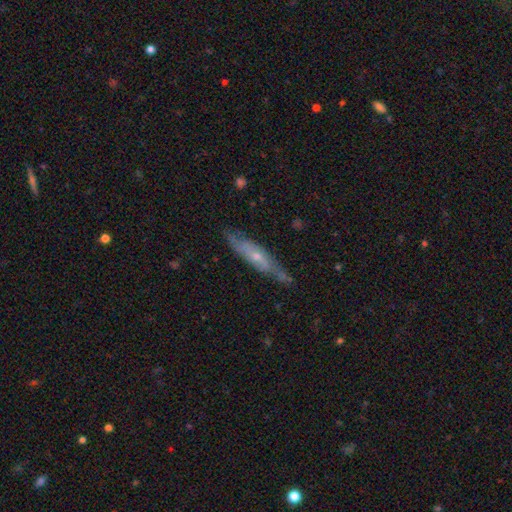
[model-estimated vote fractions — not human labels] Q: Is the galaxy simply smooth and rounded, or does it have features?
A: featured or disk — 63%.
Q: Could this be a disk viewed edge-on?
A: yes — 54%.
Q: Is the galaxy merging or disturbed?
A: none — 71%.